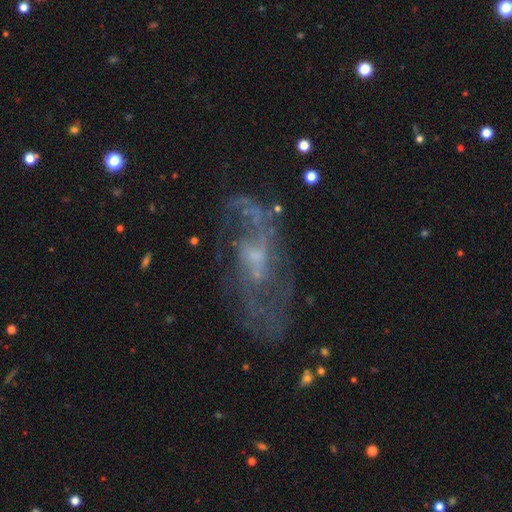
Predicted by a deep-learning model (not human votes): Smooth or featured?
  - featured or disk: 81% *
  - smooth: 10%
  - star or artifact: 9%
Edge-on disk?
  - no: 94% *
  - yes: 6%
Bar?
  - no: 49% *
  - weak: 42%
  - strong: 9%
Spiral arms?
  - yes: 81% *
  - no: 19%
Spiral winding?
  - loose: 51% *
  - medium: 36%
  - tight: 13%
Spiral arm count?
  - 2: 55% *
  - can't tell: 19%
  - 1: 14%
  - 3: 5%
  - 4: 3%
  - more than 4: 3%
Bulge size?
  - small: 54% *
  - moderate: 28%
  - none: 15%
  - large: 3%
  - dominant: 1%
Merging?
  - none: 54% *
  - major disturbance: 24%
  - minor disturbance: 18%
  - merger: 4%